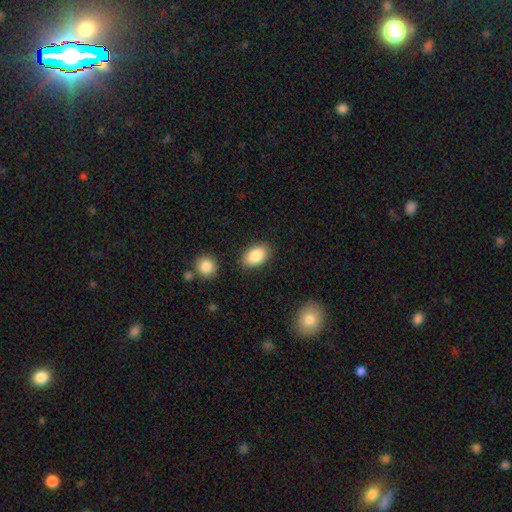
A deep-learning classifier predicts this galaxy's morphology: A smooth galaxy with no disk features (86%) that is in between round and cigar-shaped (90%).

Vote fractions:
- Smooth or featured? smooth: 86% / star or artifact: 7% / featured or disk: 7%
- How rounded? in between: 90% / round: 8% / cigar-shaped: 2%
- Merging? none: 85% / minor disturbance: 10% / merger: 3% / major disturbance: 3%